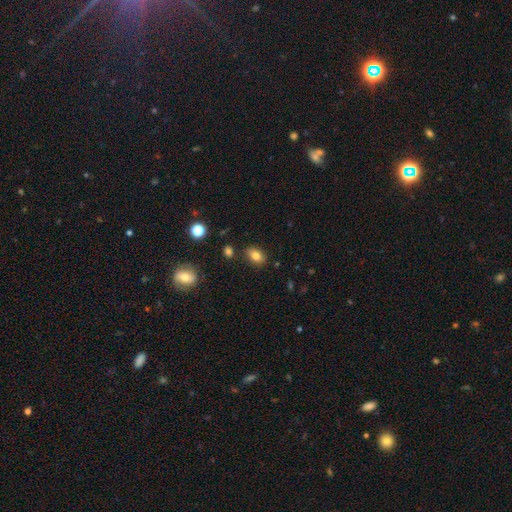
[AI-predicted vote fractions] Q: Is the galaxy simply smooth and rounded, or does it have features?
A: smooth — 81%.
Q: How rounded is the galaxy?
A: in between — 83%.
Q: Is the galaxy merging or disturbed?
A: none — 82%.